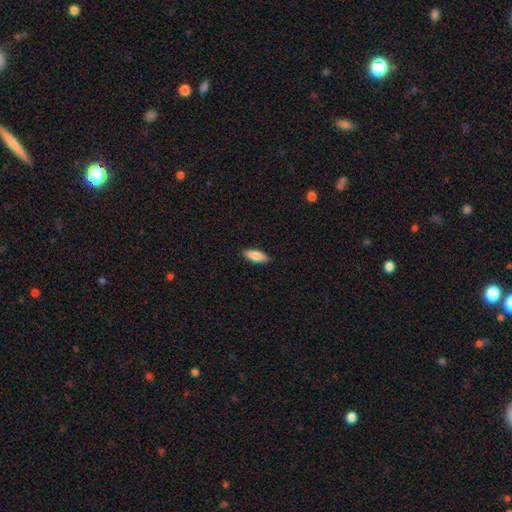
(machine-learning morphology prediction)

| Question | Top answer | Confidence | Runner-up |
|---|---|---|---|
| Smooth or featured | smooth | 84% | featured or disk (10%) |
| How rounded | in between | 71% | cigar-shaped (27%) |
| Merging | none | 88% | minor disturbance (9%) |